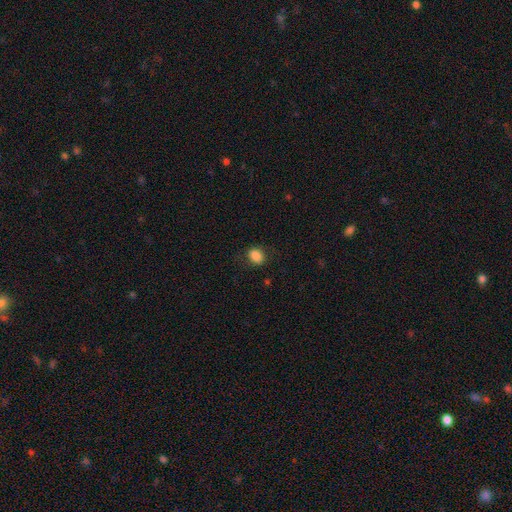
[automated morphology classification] Smooth or featured? Predicted: smooth (p=0.86). How rounded? Predicted: in between (p=0.52). Merging? Predicted: none (p=0.83).